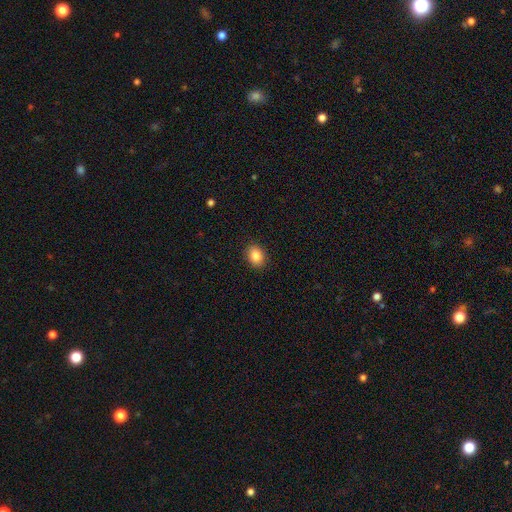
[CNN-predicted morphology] smooth-or-featured: smooth: 86% | star or artifact: 9% | featured or disk: 6%
  how-rounded: in between: 59% | round: 41% | cigar-shaped: 1%
  merging: none: 90% | minor disturbance: 7% | major disturbance: 2% | merger: 1%